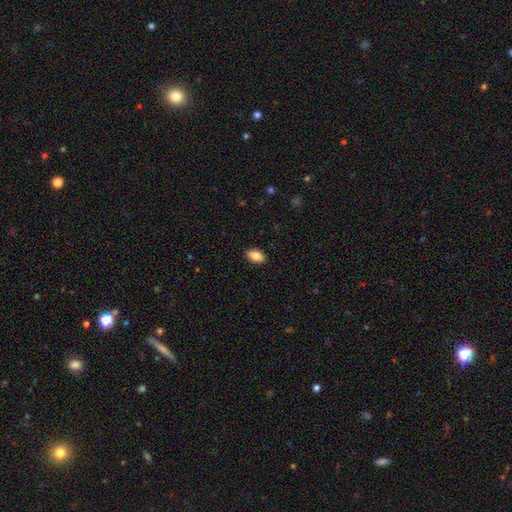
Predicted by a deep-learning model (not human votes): This appears to be a smooth galaxy with no disk features (82%) that is in between round and cigar-shaped (91%). Merging: none (89%).